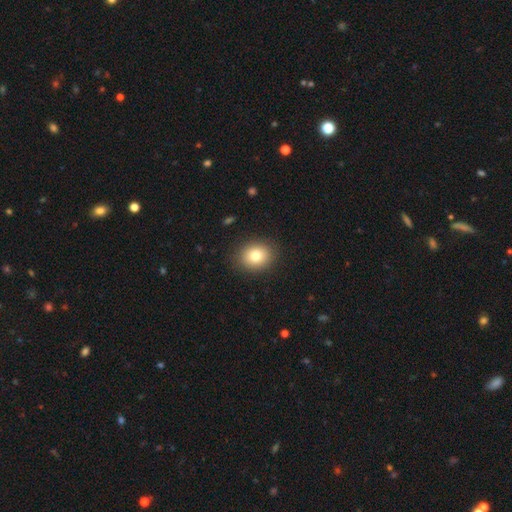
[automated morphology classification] Smooth or featured? Predicted: smooth (p=0.80). How rounded? Predicted: round (p=0.63). Merging? Predicted: none (p=0.89).